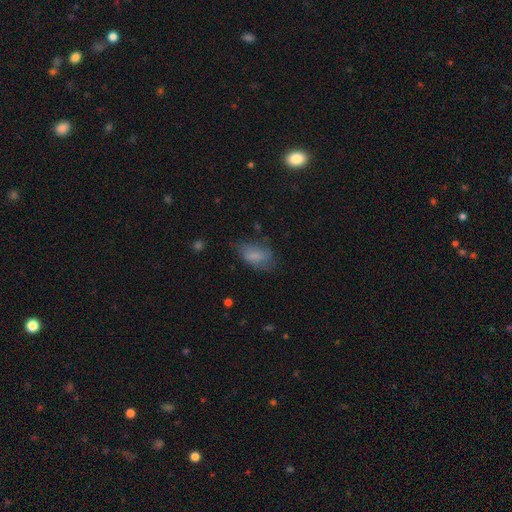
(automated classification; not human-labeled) smooth-or-featured: smooth: 77% | featured or disk: 15% | star or artifact: 8%
  how-rounded: in between: 90% | round: 5% | cigar-shaped: 5%
  merging: none: 57% | minor disturbance: 29% | major disturbance: 12% | merger: 2%